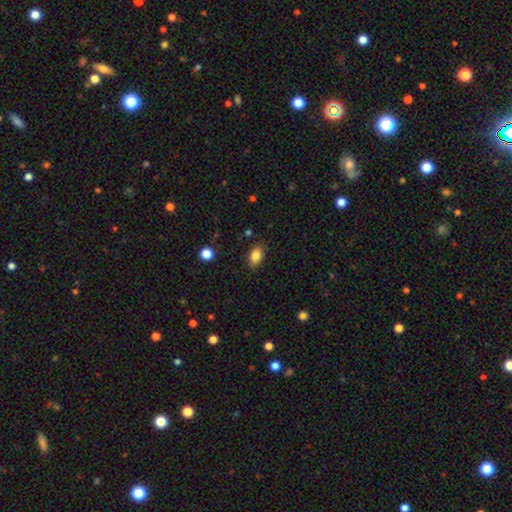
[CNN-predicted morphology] type=smooth (84%); roundness=in between (88%); merging=none (85%).